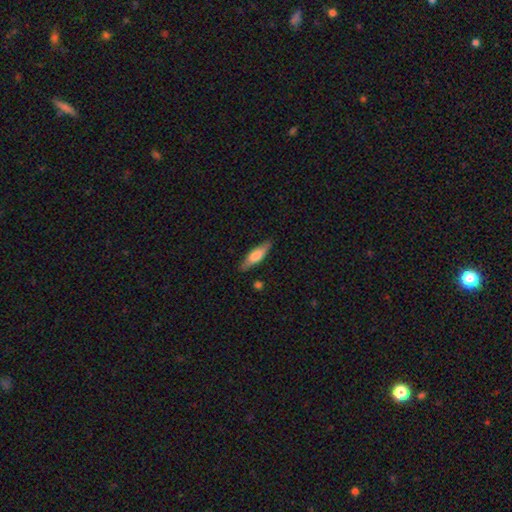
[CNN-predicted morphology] The model was most divided on "how rounded": cigar-shaped: 64%, in between: 34%, round: 2%. More confident: merging — none (85%); smooth or featured — smooth (65%).